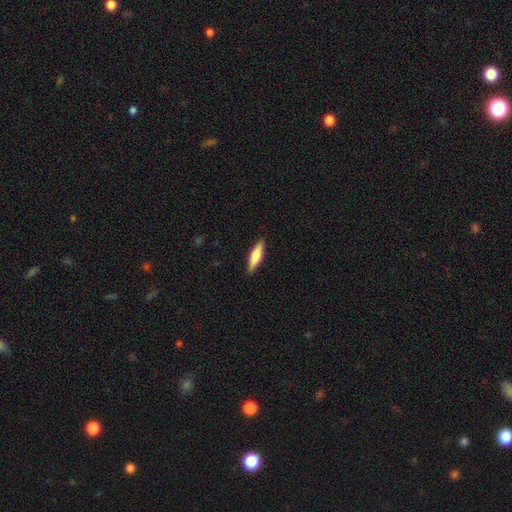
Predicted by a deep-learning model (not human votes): Smooth or featured? Predicted: smooth (p=0.65). How rounded? Predicted: cigar-shaped (p=0.70). Merging? Predicted: none (p=0.90).